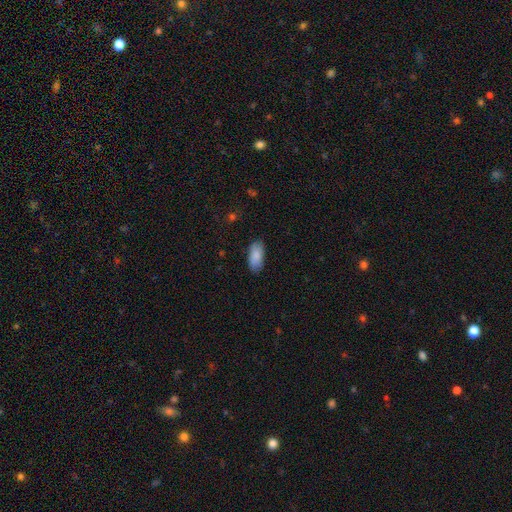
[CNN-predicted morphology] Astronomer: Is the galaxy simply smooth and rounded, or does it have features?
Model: smooth — 88%.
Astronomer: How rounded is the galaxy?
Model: in between — 90%.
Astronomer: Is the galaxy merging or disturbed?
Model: none — 85%.